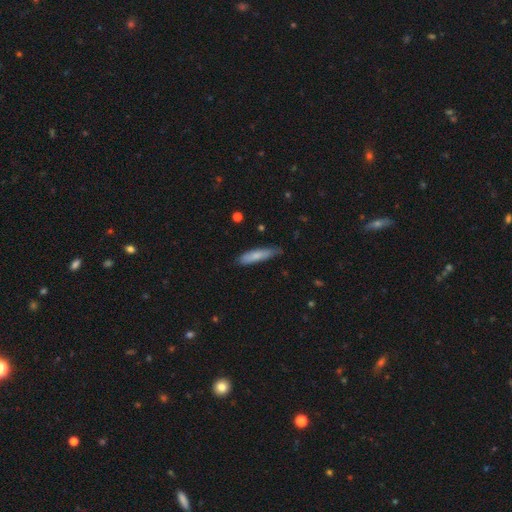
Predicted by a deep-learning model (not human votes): Smooth or featured? smooth (76%)
How rounded? cigar-shaped (81%)
Merging? none (71%)